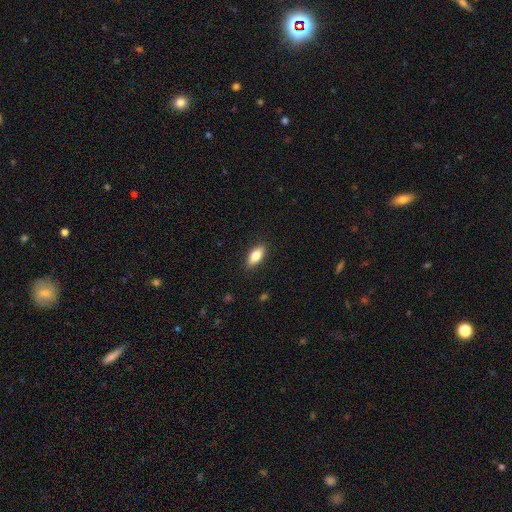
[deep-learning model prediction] A smooth galaxy with no disk features (80%) that is in between round and cigar-shaped (83%). Merging: none (88%).